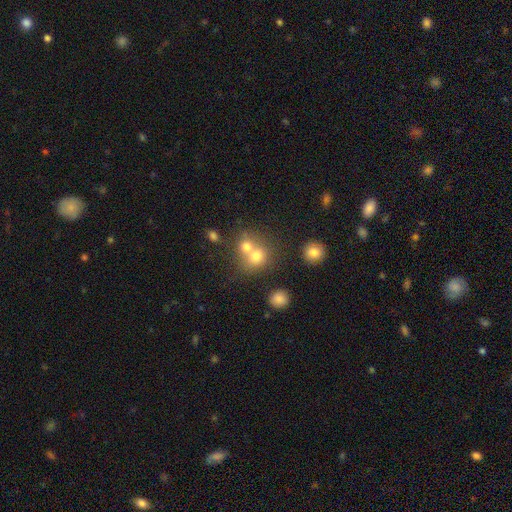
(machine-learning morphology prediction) Smooth or featured: smooth — 71% (featured or disk — 15%)
How rounded: round — 76% (in between — 23%)
Merging: merger — 56% (none — 35%)